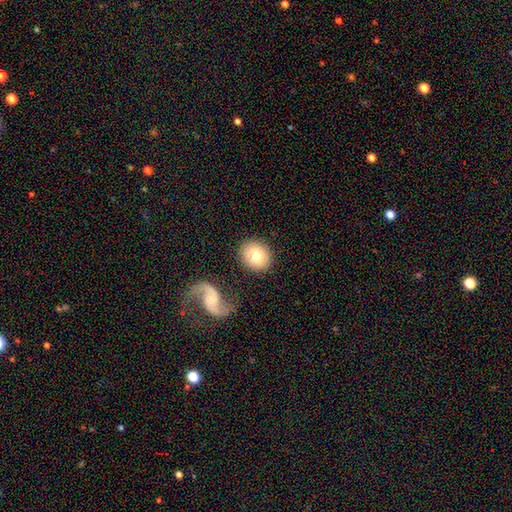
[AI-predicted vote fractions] smooth_or_featured: smooth (p=0.75) [alt: featured or disk p=0.18]
how_rounded: round (p=0.79) [alt: in between p=0.20]
merging: none (p=0.83) [alt: minor disturbance p=0.09]